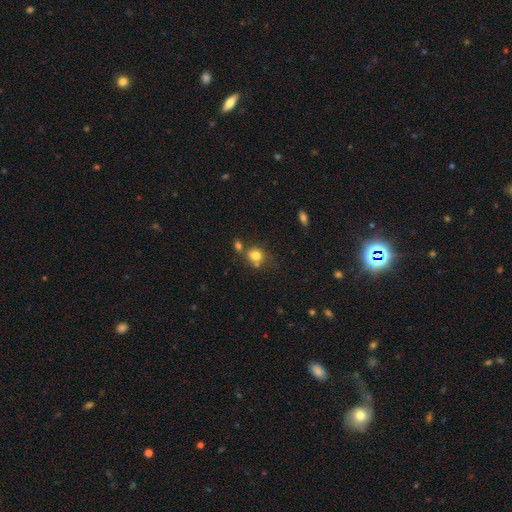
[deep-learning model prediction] smooth 79%, star or artifact 12%, featured or disk 9%. Down the decision tree: how rounded — round (76%); merging — none (55%).